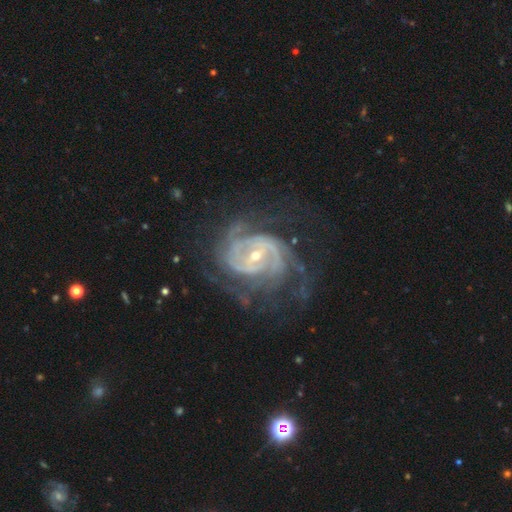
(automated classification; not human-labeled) A featured or disk galaxy (91%) with a weak bar (46%), 2 (36%) tight (56%) spiral arms (97%) and a small central bulge (61%). Merging: none (62%).